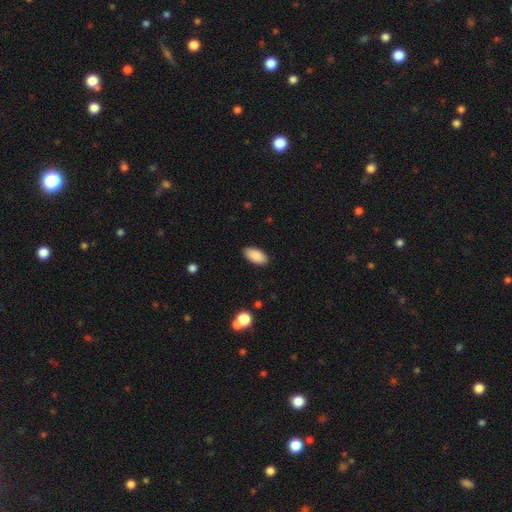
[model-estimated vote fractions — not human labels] This is clearly a smooth galaxy (89%). How rounded: clearly in between (93%). Merging: clearly none (89%).